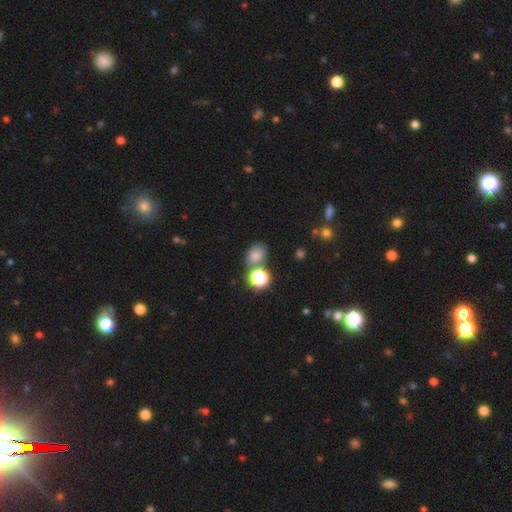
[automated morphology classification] smooth_or_featured: smooth (p=0.72) [alt: star or artifact p=0.19]
how_rounded: in between (p=0.60) [alt: round p=0.39]
merging: none (p=0.58) [alt: merger p=0.20]